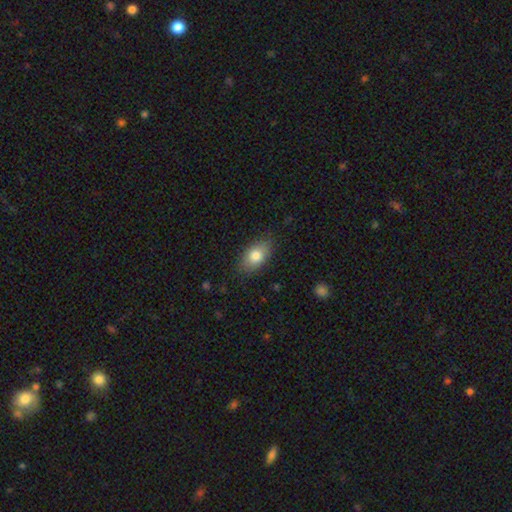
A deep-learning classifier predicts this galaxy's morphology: The model was most divided on "smooth or featured": smooth: 80%, featured or disk: 13%, star or artifact: 7%. More confident: how rounded — in between (89%); merging — none (82%).